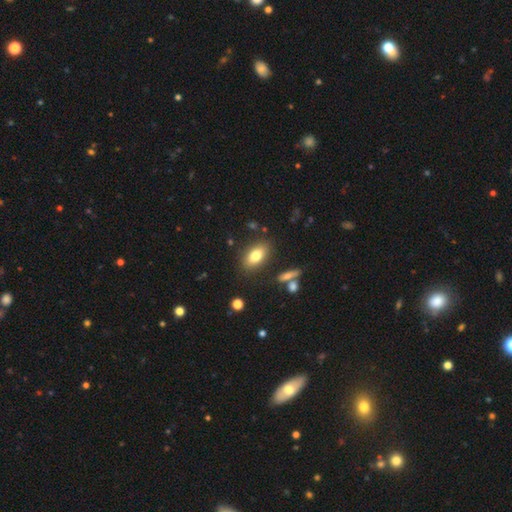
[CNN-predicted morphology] type=smooth (79%); roundness=in between (87%); merging=none (83%).